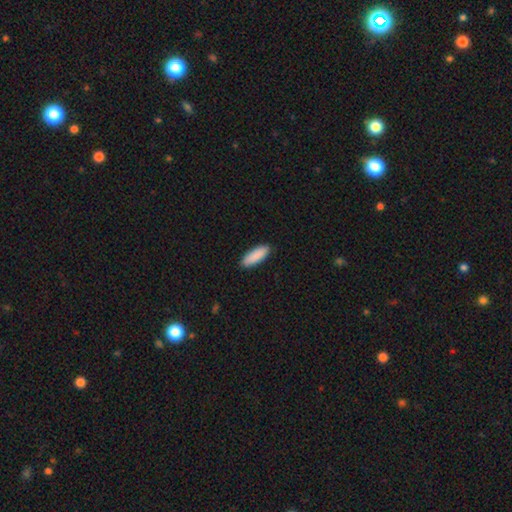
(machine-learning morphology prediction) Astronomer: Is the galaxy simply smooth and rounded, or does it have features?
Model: smooth — 91%.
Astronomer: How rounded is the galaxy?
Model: in between — 60% (runner-up: cigar-shaped, 38%).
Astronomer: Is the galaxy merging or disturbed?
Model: none — 90%.